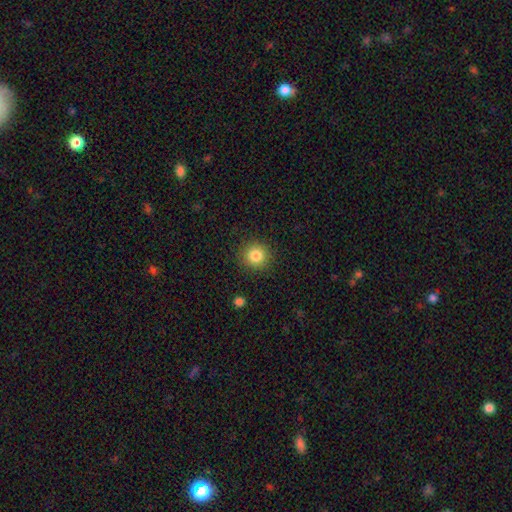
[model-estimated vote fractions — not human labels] Morphology: type=smooth (83%); roundness=round (93%); merging=none (90%).